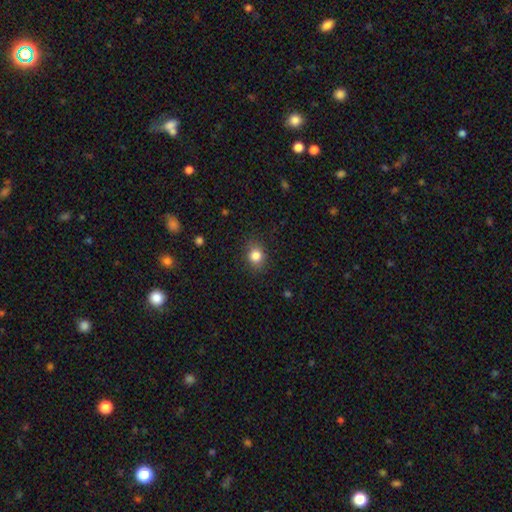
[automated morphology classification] smooth_or_featured: smooth (p=0.84) [alt: star or artifact p=0.11]
how_rounded: round (p=0.65) [alt: in between p=0.34]
merging: none (p=0.86) [alt: minor disturbance p=0.10]